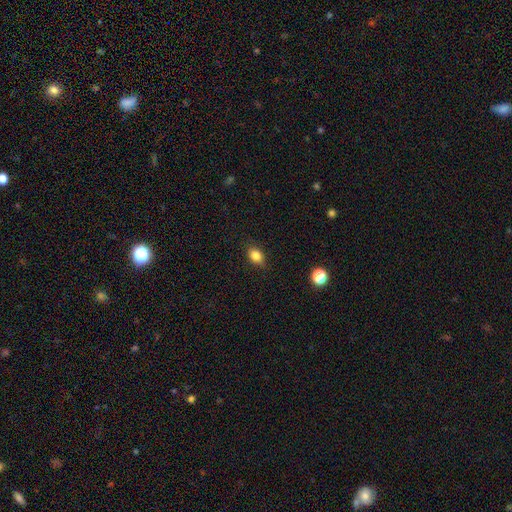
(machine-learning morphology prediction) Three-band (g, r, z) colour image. It shows a smooth galaxy with no disk features (83%) that is in between round and cigar-shaped (69%). Merging: none (83%).